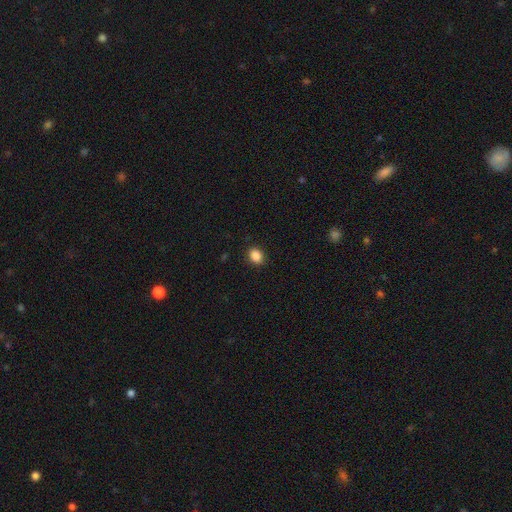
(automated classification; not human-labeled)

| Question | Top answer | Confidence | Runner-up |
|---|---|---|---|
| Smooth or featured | smooth | 88% | star or artifact (9%) |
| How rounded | in between | 62% | round (37%) |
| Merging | none | 89% | minor disturbance (7%) |